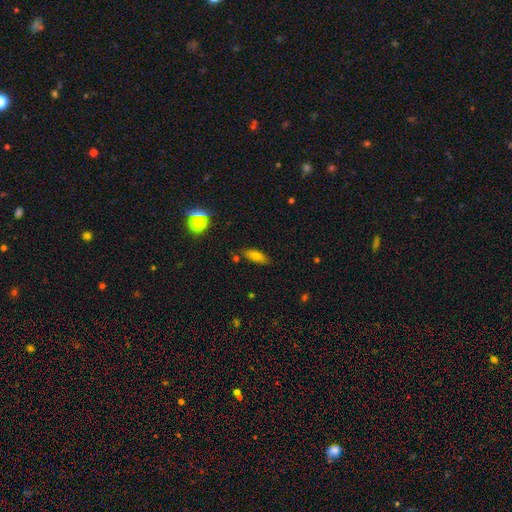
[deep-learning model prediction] Overall: smooth (70%). How rounded: in between (63%; cigar-shaped 33%). Merging: none (81%).